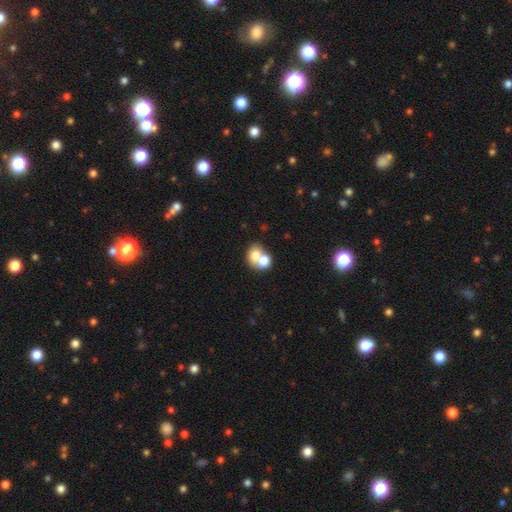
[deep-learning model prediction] A smooth galaxy with no disk features (71%) that is round (55%).

Vote fractions:
- Smooth or featured? smooth: 71% / featured or disk: 18% / star or artifact: 11%
- How rounded? round: 55% / in between: 44% / cigar-shaped: 1%
- Merging? merger: 63% / none: 27% / minor disturbance: 6% / major disturbance: 3%